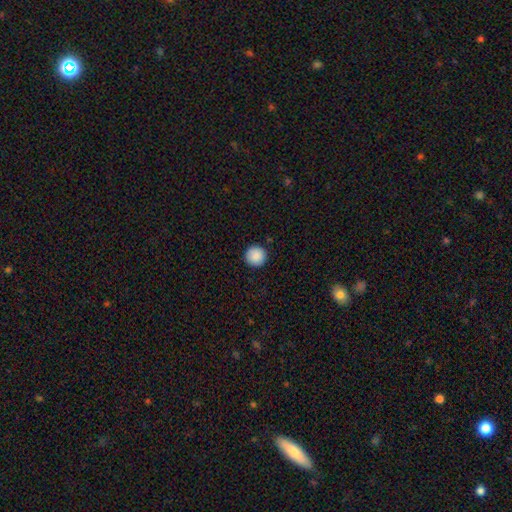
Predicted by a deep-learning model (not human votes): Smooth or featured? smooth (88%)
How rounded? round (96%)
Merging? none (92%)